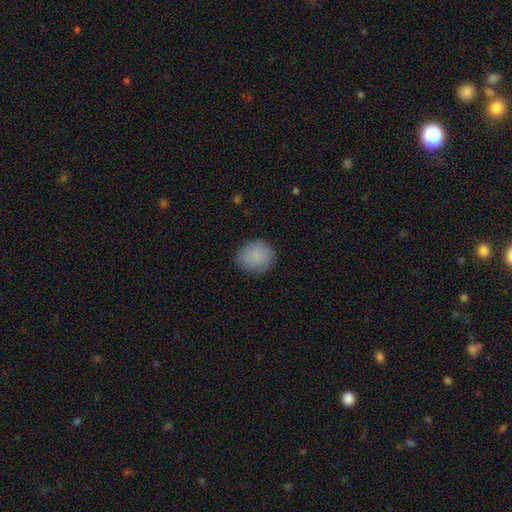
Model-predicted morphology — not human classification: A smooth galaxy with no disk features (86%) that is round (79%). Merging: none (84%).